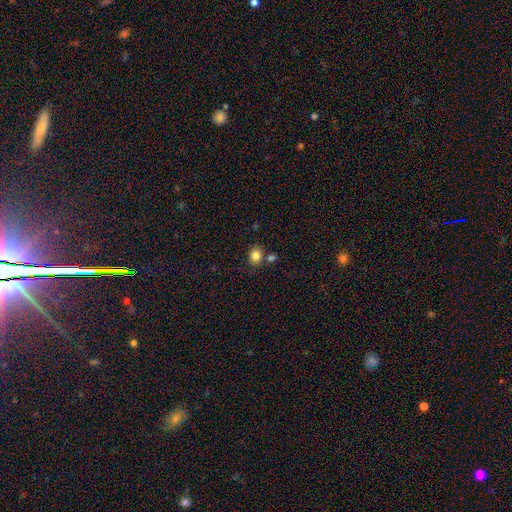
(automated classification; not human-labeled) A smooth galaxy with no disk features (83%) that is round (65%). Merging: none (73%).